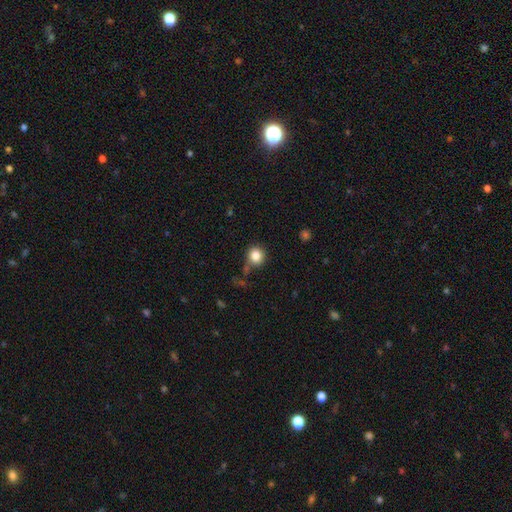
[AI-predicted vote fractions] The model was most divided on "merging": none: 74%, minor disturbance: 14%, merger: 7%, major disturbance: 5%. More confident: how rounded — round (89%); smooth or featured — smooth (84%).